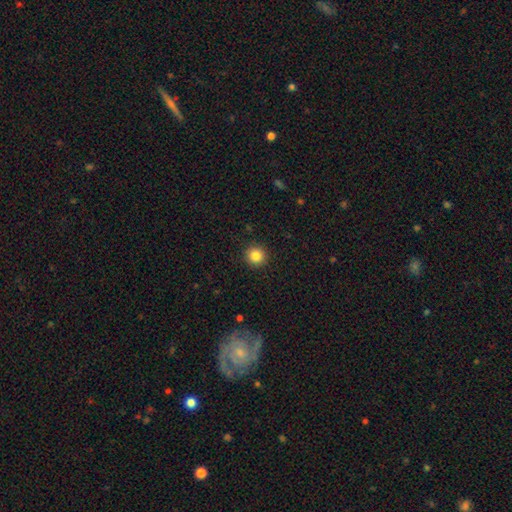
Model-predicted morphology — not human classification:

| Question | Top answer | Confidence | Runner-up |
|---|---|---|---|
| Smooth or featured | smooth | 85% | star or artifact (11%) |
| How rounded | round | 95% | in between (4%) |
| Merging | none | 92% | minor disturbance (5%) |